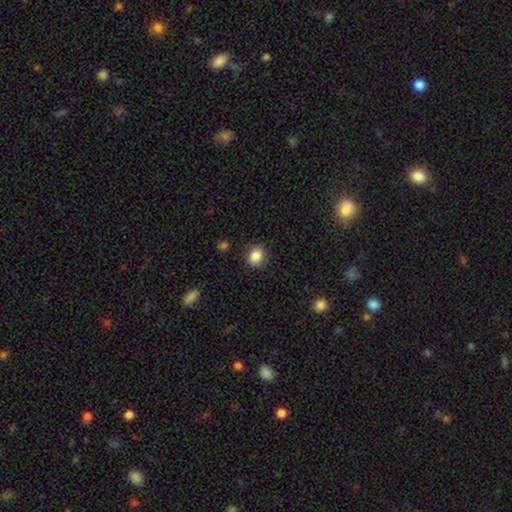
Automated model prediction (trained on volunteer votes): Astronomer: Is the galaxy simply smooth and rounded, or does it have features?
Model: smooth — 86%.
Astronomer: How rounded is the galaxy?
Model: round — 61% (runner-up: in between, 38%).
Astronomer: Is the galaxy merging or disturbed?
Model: none — 84%.